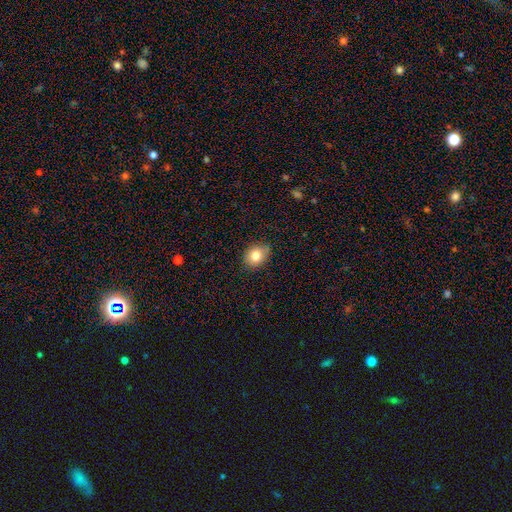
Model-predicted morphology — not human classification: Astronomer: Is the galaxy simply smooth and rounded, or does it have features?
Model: smooth — 80%.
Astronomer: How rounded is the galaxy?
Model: in between — 55% (runner-up: round, 44%).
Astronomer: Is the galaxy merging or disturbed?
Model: none — 83%.